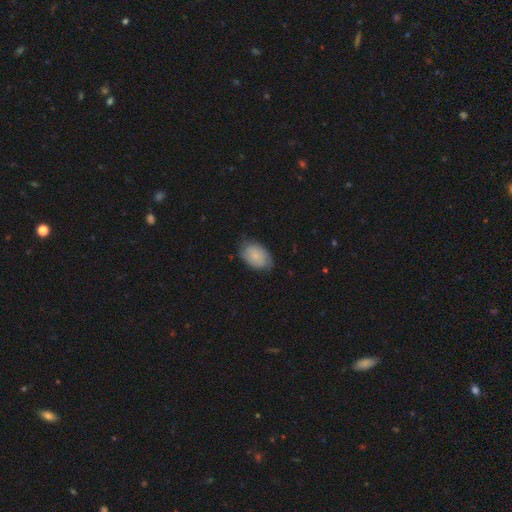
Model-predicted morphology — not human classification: Overall: smooth (72%). How rounded: in between (87%). Merging: none (68%).